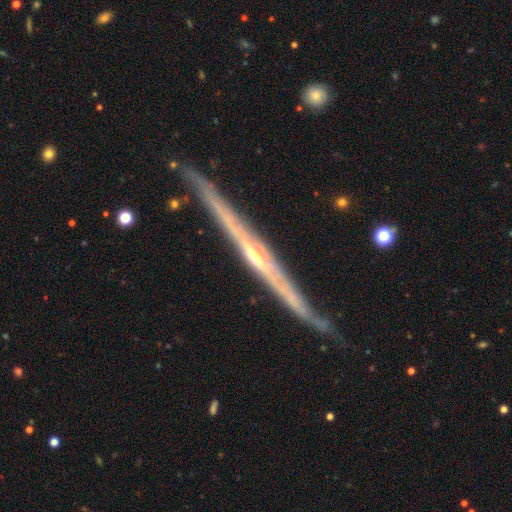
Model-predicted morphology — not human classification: A featured or disk galaxy (87%) viewed edge-on (97%) with a rounded central bulge (67%).

Vote fractions:
- Smooth or featured? featured or disk: 87% / smooth: 8% / star or artifact: 5%
- Edge-on disk? yes: 97% / no: 3%
- Edge-on bulge? rounded: 67% / none: 29% / boxy: 4%
- Merging? none: 83% / minor disturbance: 13% / major disturbance: 2% / merger: 2%